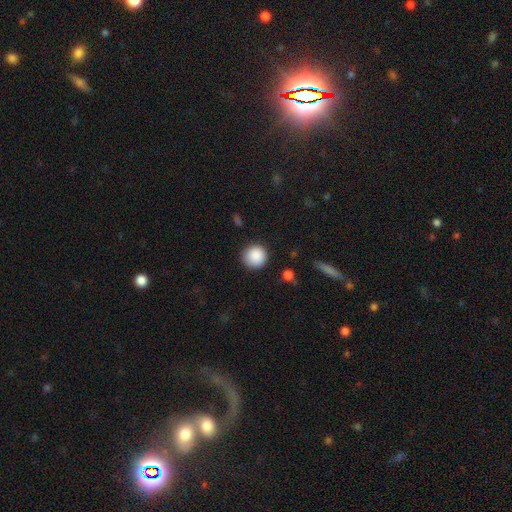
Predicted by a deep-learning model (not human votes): smooth 89%, star or artifact 8%, featured or disk 3%. Down the decision tree: how rounded — round (95%); merging — none (89%).